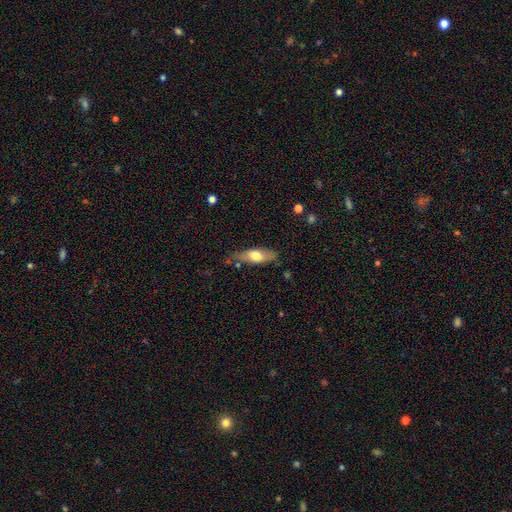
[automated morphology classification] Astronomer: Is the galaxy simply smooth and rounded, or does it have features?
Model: smooth — 59% (runner-up: featured or disk, 35%).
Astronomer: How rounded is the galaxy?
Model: in between — 56% (runner-up: cigar-shaped, 41%).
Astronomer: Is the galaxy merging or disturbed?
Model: none — 73%.